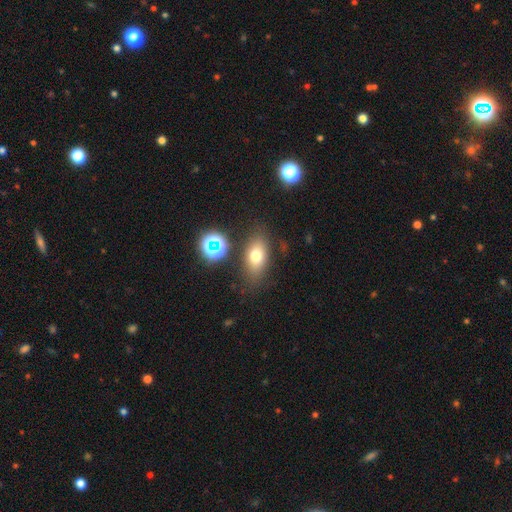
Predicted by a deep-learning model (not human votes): A smooth galaxy with no disk features (71%) that is in between round and cigar-shaped (81%).

Vote fractions:
- Smooth or featured? smooth: 71% / featured or disk: 16% / star or artifact: 14%
- How rounded? in between: 81% / round: 15% / cigar-shaped: 5%
- Merging? none: 78% / minor disturbance: 13% / major disturbance: 5% / merger: 4%